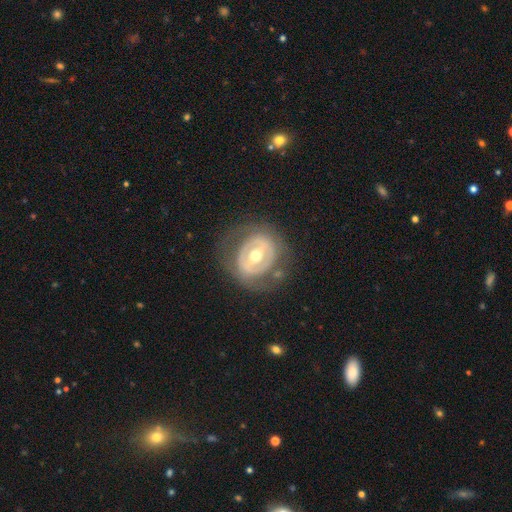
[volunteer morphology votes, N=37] featured or disk 65%, smooth 30%, star or artifact 5%. Down the decision tree: edge-on disk — no (88%); bar — strong (48%); spiral arms — no (81%); bulge size — moderate (86%); merging — none (66%).